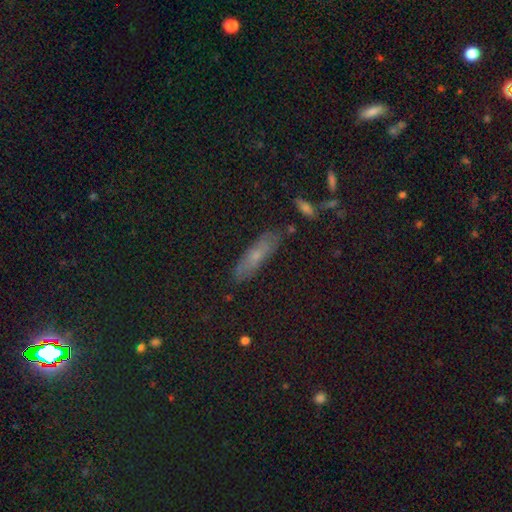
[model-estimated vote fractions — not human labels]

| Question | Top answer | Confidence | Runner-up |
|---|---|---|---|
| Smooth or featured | smooth | 52% | featured or disk (26%) |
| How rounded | cigar-shaped | 58% | in between (37%) |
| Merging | none | 81% | minor disturbance (13%) |